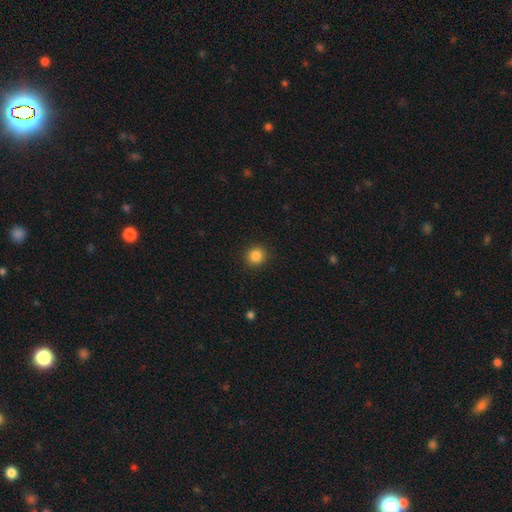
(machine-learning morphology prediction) A smooth galaxy with no disk features (85%) that is round (91%).

Vote fractions:
- Smooth or featured? smooth: 85% / star or artifact: 11% / featured or disk: 4%
- How rounded? round: 91% / in between: 8% / cigar-shaped: 1%
- Merging? none: 92% / minor disturbance: 5% / major disturbance: 2% / merger: 1%